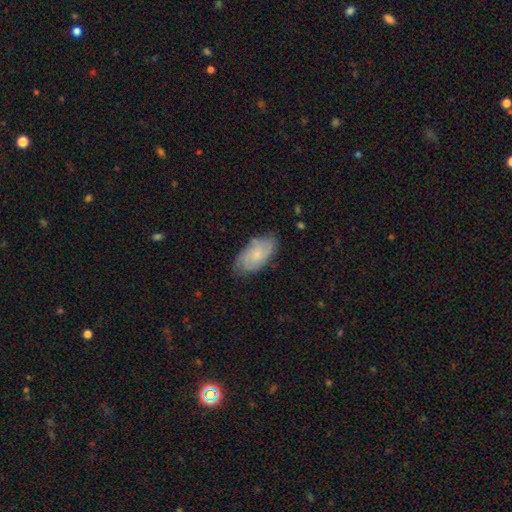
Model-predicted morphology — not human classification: Overall: smooth (51%; featured or disk 43%). How rounded: in between (93%). Merging: none (75%).